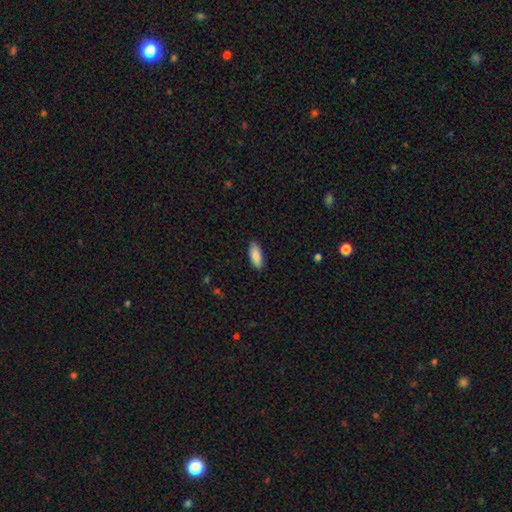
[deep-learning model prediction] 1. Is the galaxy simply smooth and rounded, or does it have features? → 88% smooth, 6% featured or disk, 6% star or artifact.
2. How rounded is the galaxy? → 72% in between, 26% cigar-shaped, 2% round.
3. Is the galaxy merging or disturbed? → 88% none, 9% minor disturbance, 2% major disturbance, 1% merger.